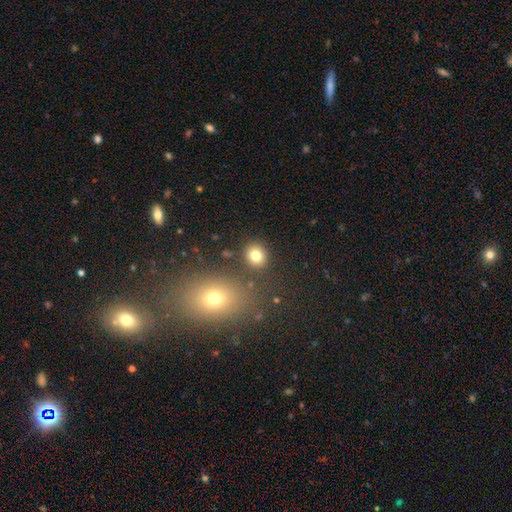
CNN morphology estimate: Smooth or featured?
  - smooth: 80% *
  - star or artifact: 12%
  - featured or disk: 8%
How rounded?
  - round: 73% *
  - in between: 26%
  - cigar-shaped: 1%
Merging?
  - none: 83% *
  - minor disturbance: 8%
  - merger: 6%
  - major disturbance: 3%